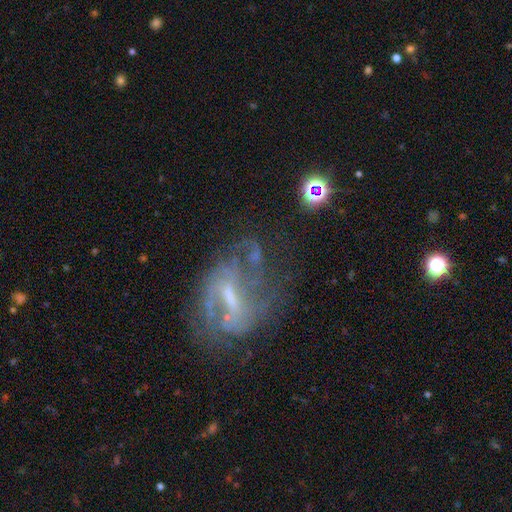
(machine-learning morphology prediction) Q: Smooth or featured?
A: featured or disk (76%); runner-up: star or artifact (13%)
Q: Edge-on disk?
A: no (95%); runner-up: yes (5%)
Q: Bar?
A: weak (47%); runner-up: strong (31%)
Q: Spiral arms?
A: yes (74%); runner-up: no (26%)
Q: Spiral winding?
A: medium (43%); runner-up: loose (31%)
Q: Spiral arm count?
A: can't tell (39%); runner-up: 2 (31%)
Q: Bulge size?
A: small (41%); runner-up: moderate (32%)
Q: Merging?
A: none (44%); runner-up: major disturbance (30%)